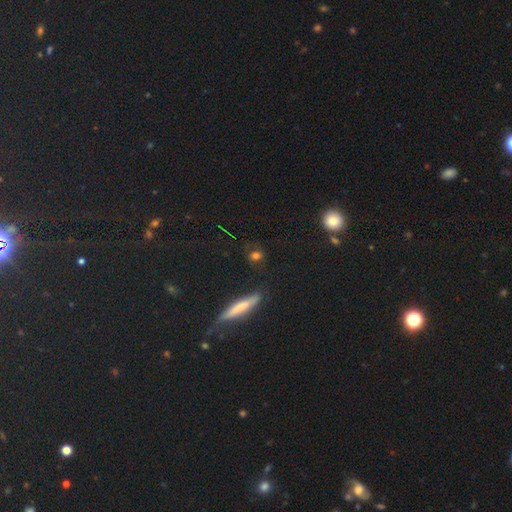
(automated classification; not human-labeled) Smooth or featured: smooth — 70% (star or artifact — 18%)
How rounded: round — 59% (in between — 31%)
Merging: none — 77% (minor disturbance — 14%)